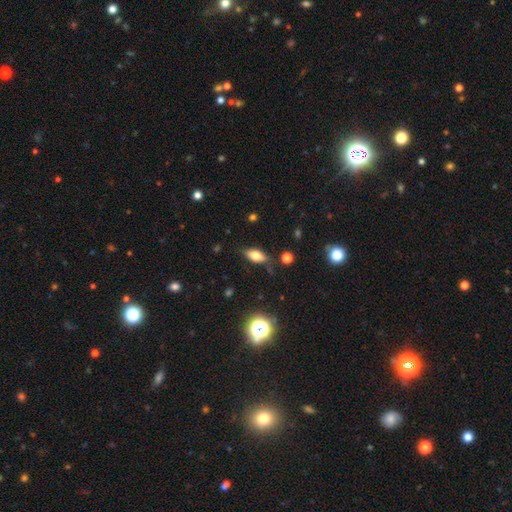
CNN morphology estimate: smooth_or_featured: smooth (p=0.66) [alt: featured or disk p=0.23]
how_rounded: in between (p=0.82) [alt: cigar-shaped p=0.13]
merging: none (p=0.74) [alt: minor disturbance p=0.18]